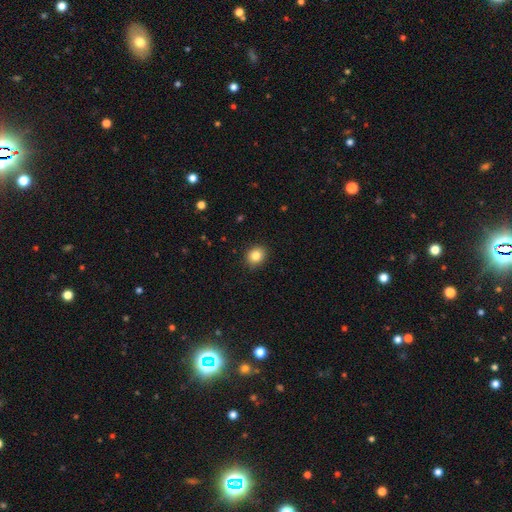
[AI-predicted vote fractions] A smooth galaxy with no disk features (83%) that is round (69%). Merging: none (90%).